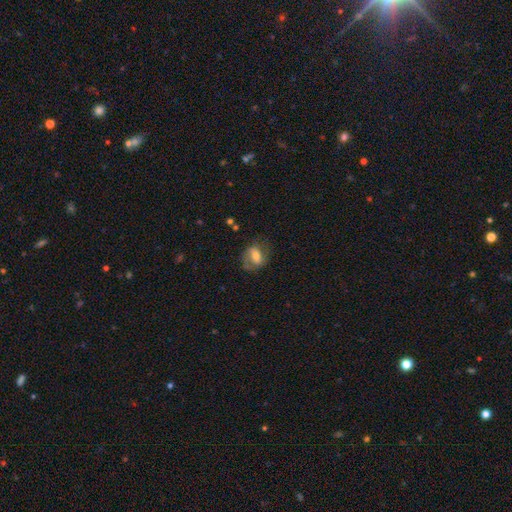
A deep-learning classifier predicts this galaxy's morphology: This appears to be a featured or disk galaxy (49%). Merging: none (62%).